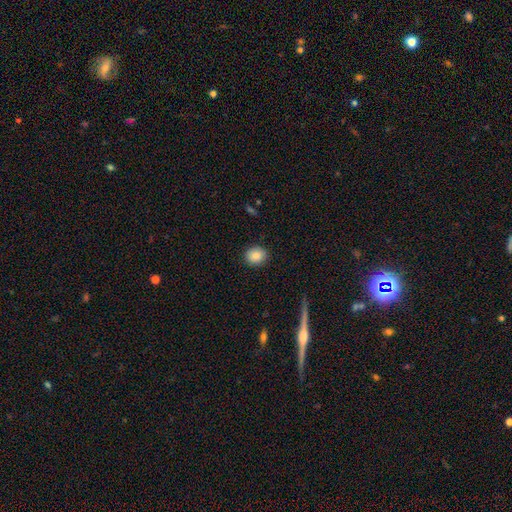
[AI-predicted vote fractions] Q: Smooth or featured?
A: smooth (87%); runner-up: star or artifact (8%)
Q: How rounded?
A: round (66%); runner-up: in between (33%)
Q: Merging?
A: none (89%); runner-up: minor disturbance (8%)